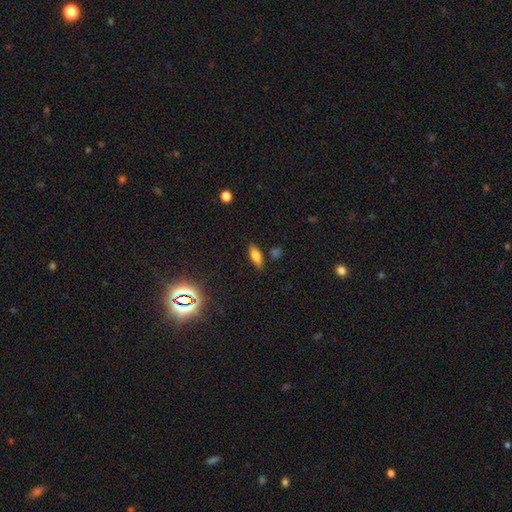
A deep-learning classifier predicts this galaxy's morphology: The model was most divided on "how rounded": in between: 72%, cigar-shaped: 25%, round: 3%. More confident: merging — none (82%); smooth or featured — smooth (74%).